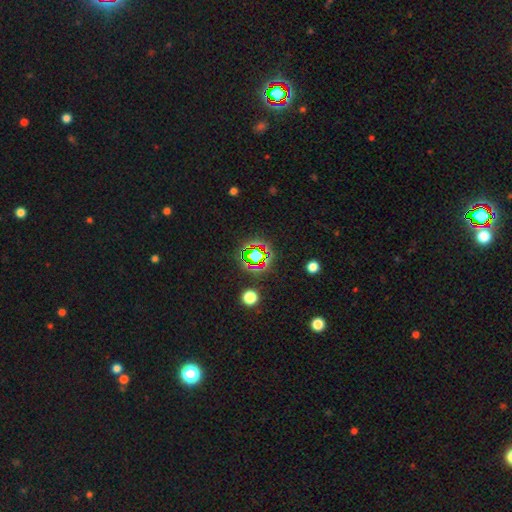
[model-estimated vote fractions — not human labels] This appears to be a star or artifact, not a galaxy (70%).